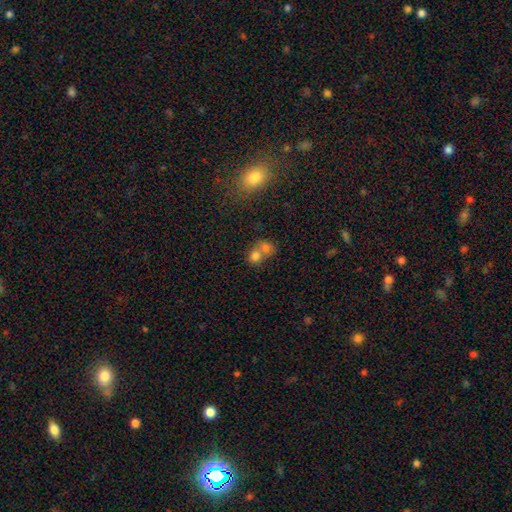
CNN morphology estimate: smooth-or-featured: smooth: 75% | featured or disk: 14% | star or artifact: 11%
  how-rounded: round: 60% | in between: 39% | cigar-shaped: 1%
  merging: merger: 68% | none: 23% | minor disturbance: 5% | major disturbance: 3%